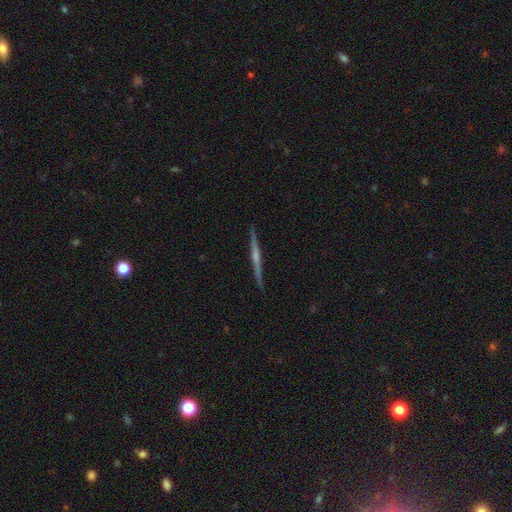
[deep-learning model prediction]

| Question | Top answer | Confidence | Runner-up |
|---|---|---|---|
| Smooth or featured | featured or disk | 68% | smooth (21%) |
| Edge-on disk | yes | 95% | no (5%) |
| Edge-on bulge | rounded | 67% | none (23%) |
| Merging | none | 88% | minor disturbance (8%) |